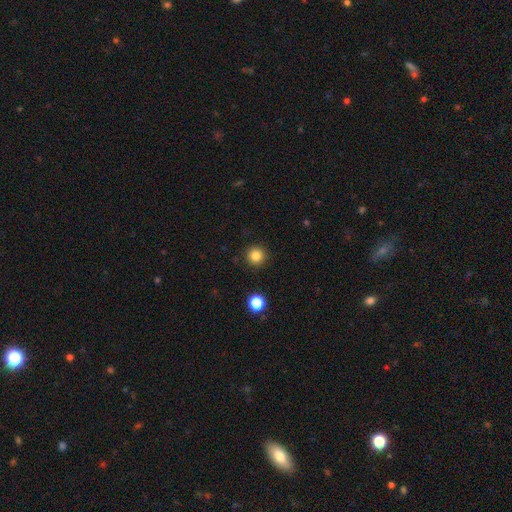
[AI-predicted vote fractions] Smooth or featured? smooth (83%)
How rounded? round (95%)
Merging? none (92%)